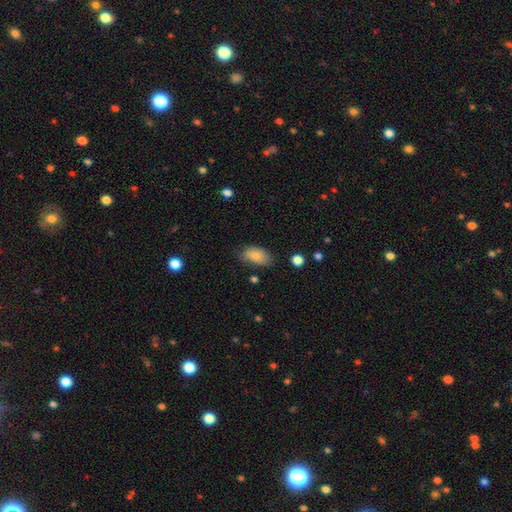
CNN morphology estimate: Smooth or featured? smooth (85%)
How rounded? in between (92%)
Merging? none (70%)